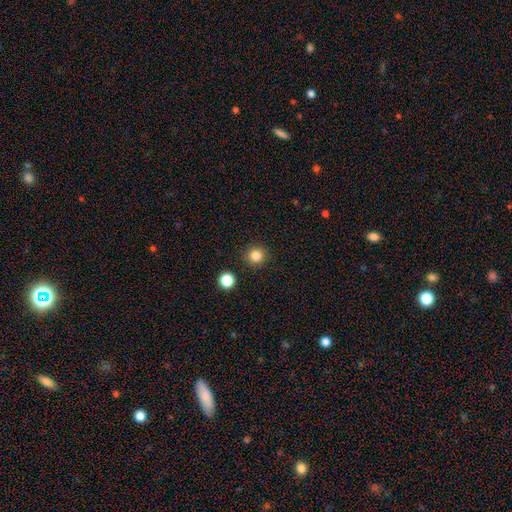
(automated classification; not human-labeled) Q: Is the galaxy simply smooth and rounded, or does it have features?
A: smooth — 83%.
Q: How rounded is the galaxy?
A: round — 93%.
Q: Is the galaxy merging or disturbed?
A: none — 91%.